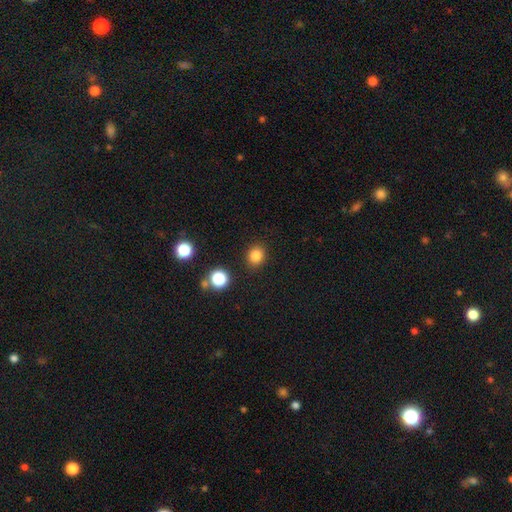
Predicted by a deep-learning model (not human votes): Smooth or featured? Predicted: smooth (p=0.82). How rounded? Predicted: round (p=0.73). Merging? Predicted: none (p=0.89).